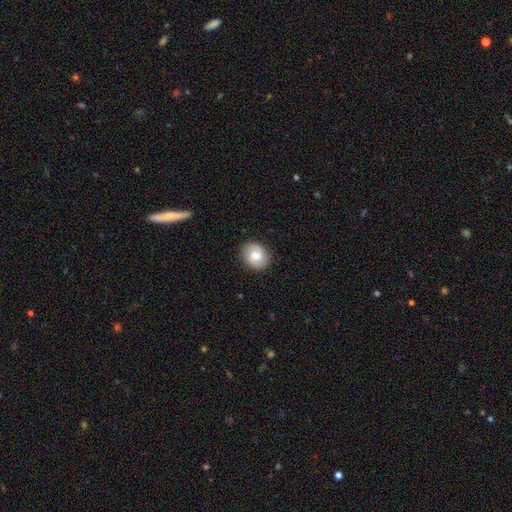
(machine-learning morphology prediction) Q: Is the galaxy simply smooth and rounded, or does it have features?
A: smooth — 51%.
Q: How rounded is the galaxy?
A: round — 65%.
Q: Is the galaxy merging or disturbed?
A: none — 87%.